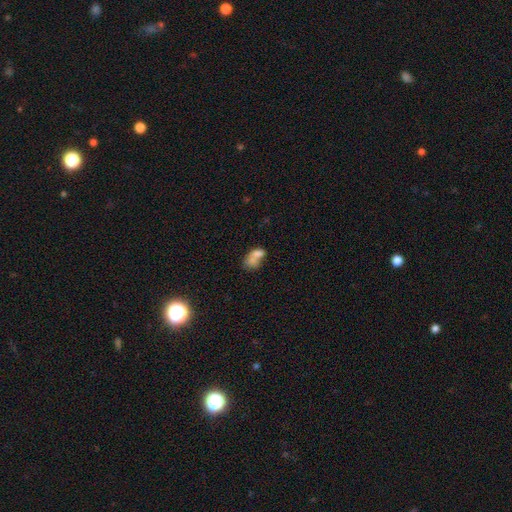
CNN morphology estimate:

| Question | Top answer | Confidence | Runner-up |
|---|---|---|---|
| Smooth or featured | smooth | 68% | featured or disk (21%) |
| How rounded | in between | 82% | round (15%) |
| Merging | merger | 56% | none (19%) |